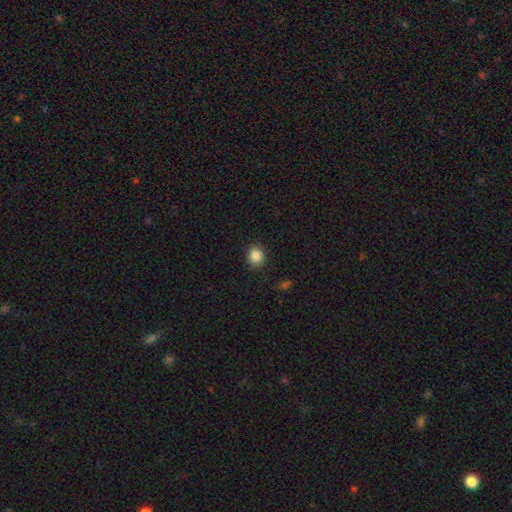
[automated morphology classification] The model was most divided on "how rounded": round: 69%, in between: 30%, cigar-shaped: 1%. More confident: merging — none (89%); smooth or featured — smooth (87%).